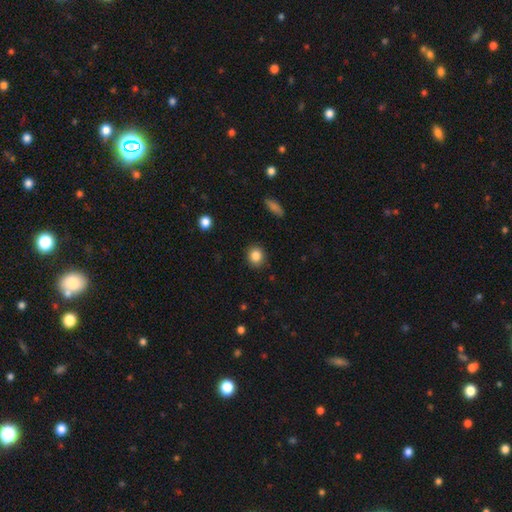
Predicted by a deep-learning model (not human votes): A smooth galaxy with no disk features (85%) that is round (76%). Merging: none (88%).